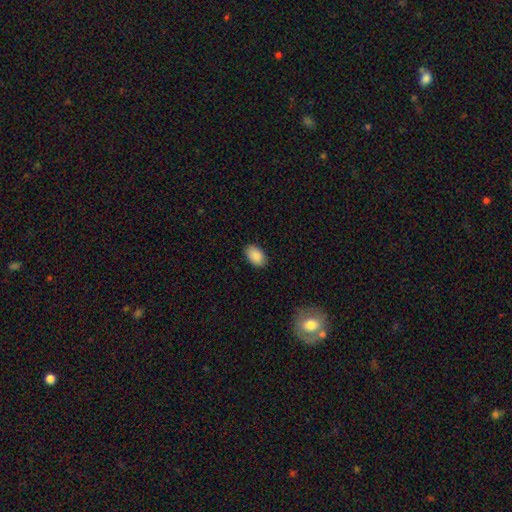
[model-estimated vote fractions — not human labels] A smooth galaxy with no disk features (90%) that is in between round and cigar-shaped (92%). Merging: none (86%).